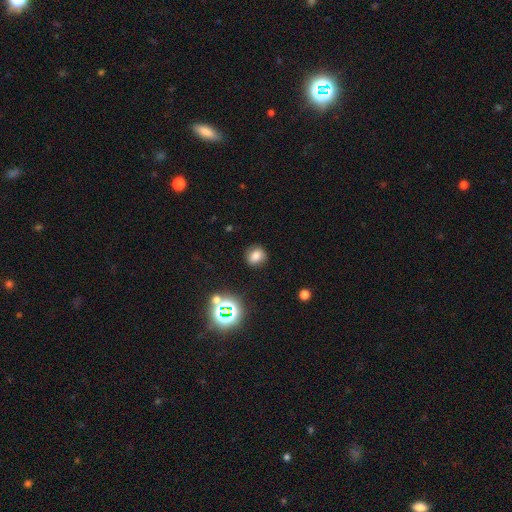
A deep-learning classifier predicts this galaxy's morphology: smooth-or-featured: smooth: 73% | star or artifact: 17% | featured or disk: 10%
  how-rounded: round: 72% | in between: 27% | cigar-shaped: 1%
  merging: none: 86% | minor disturbance: 9% | major disturbance: 3% | merger: 2%